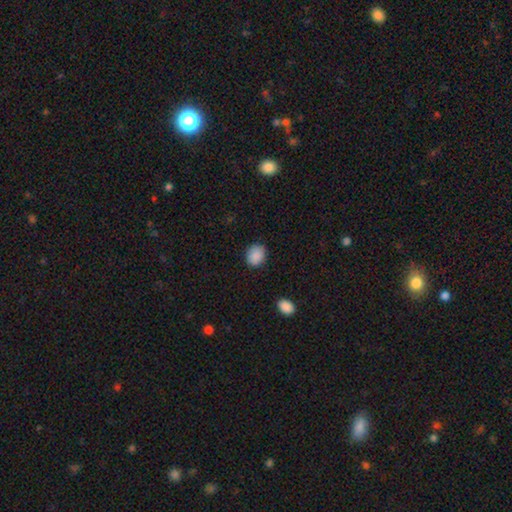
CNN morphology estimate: Smooth or featured? Predicted: smooth (p=0.89). How rounded? Predicted: round (p=0.56). Merging? Predicted: none (p=0.86).